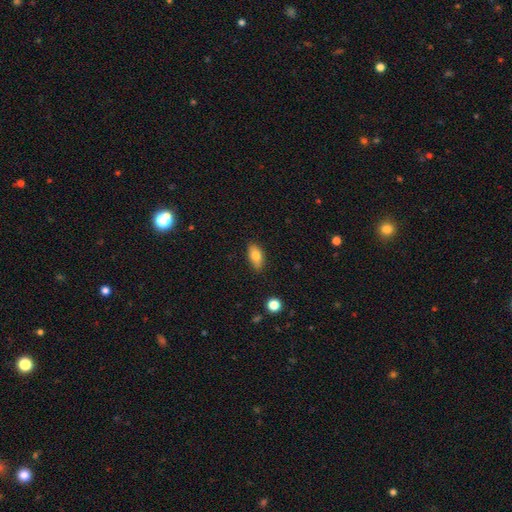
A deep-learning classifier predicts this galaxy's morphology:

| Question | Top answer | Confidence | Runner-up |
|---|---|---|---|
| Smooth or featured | smooth | 78% | featured or disk (14%) |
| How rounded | in between | 87% | cigar-shaped (8%) |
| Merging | none | 82% | minor disturbance (14%) |